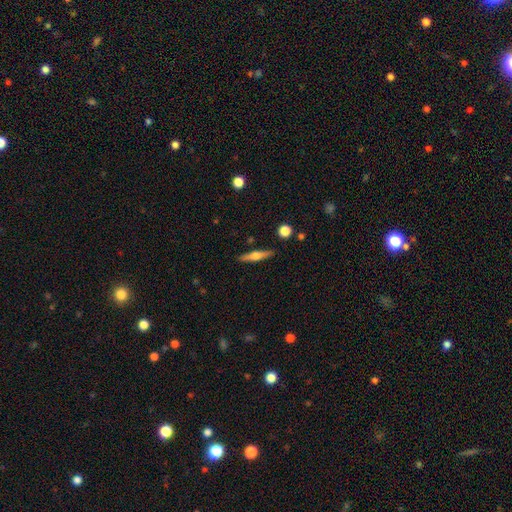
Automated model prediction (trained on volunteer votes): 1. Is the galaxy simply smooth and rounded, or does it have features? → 52% featured or disk, 41% smooth, 7% star or artifact.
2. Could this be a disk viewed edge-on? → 95% yes, 5% no.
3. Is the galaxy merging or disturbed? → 88% none, 8% minor disturbance, 2% merger, 2% major disturbance.